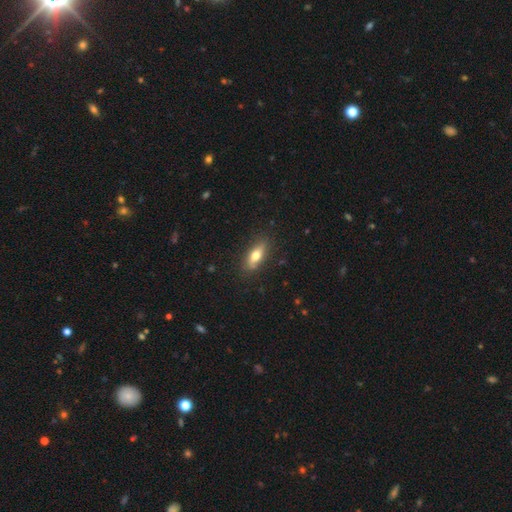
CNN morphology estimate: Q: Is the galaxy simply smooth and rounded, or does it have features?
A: smooth — 67%.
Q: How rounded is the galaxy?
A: in between — 65%.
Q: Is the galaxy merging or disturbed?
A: none — 84%.